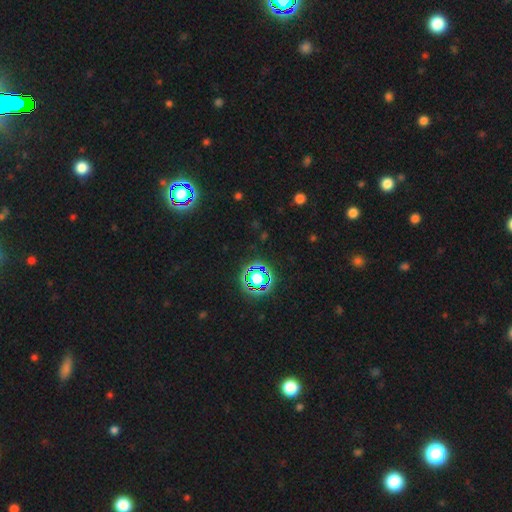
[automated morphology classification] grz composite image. It shows a star or artifact, not a galaxy (78%).